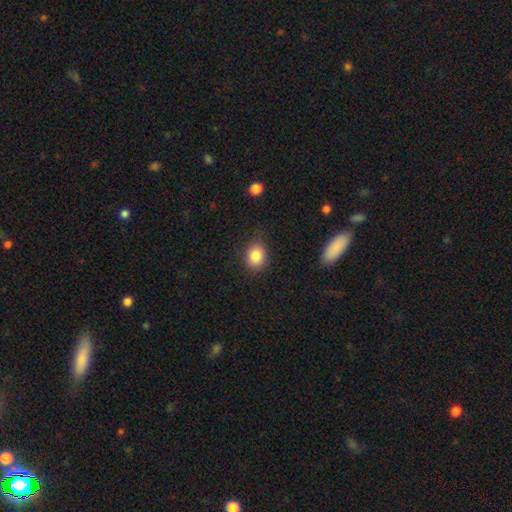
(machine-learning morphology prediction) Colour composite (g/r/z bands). It shows a smooth galaxy with no disk features (84%) that is round (49%, tied with in between). Merging: none (81%).